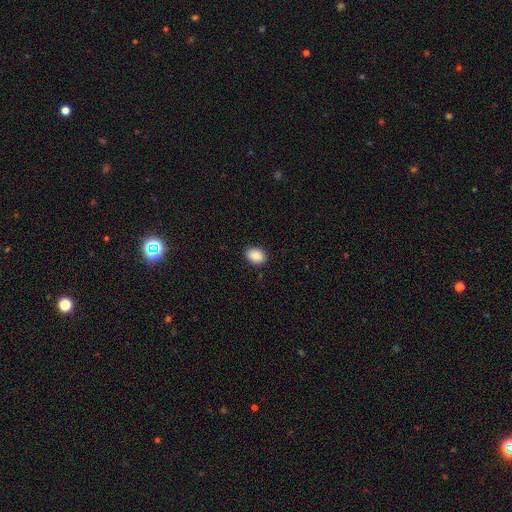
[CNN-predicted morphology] Q: Smooth or featured?
A: smooth (90%); runner-up: star or artifact (8%)
Q: How rounded?
A: in between (73%); runner-up: round (26%)
Q: Merging?
A: none (89%); runner-up: minor disturbance (8%)